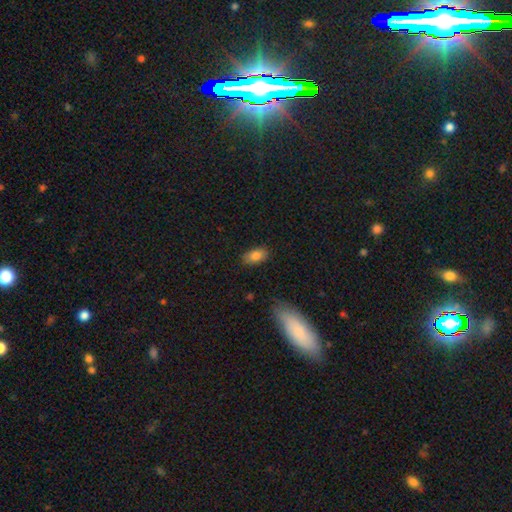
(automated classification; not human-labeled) smooth-or-featured: smooth: 82% | featured or disk: 10% | star or artifact: 8%
  how-rounded: in between: 92% | round: 5% | cigar-shaped: 3%
  merging: none: 85% | minor disturbance: 11% | major disturbance: 2% | merger: 1%